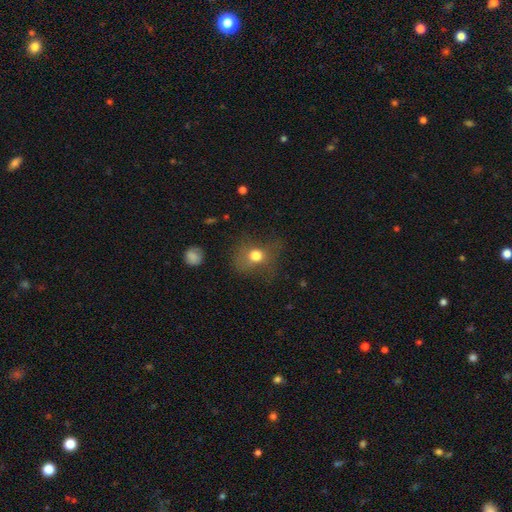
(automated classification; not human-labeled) A smooth galaxy with no disk features (67%) that is round (65%). Merging: none (52%).